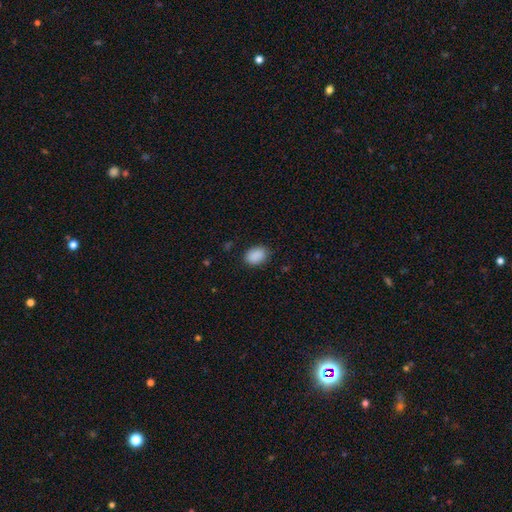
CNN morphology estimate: Smooth or featured? smooth (89%)
How rounded? in between (77%)
Merging? none (84%)